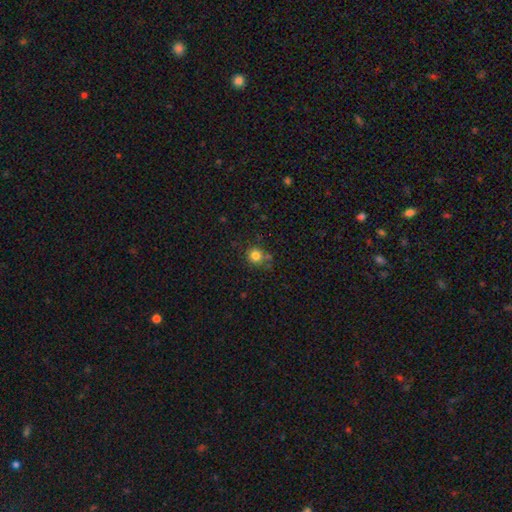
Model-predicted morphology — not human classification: This appears to be a smooth galaxy with no disk features (82%) that is round (90%). Merging: none (72%).